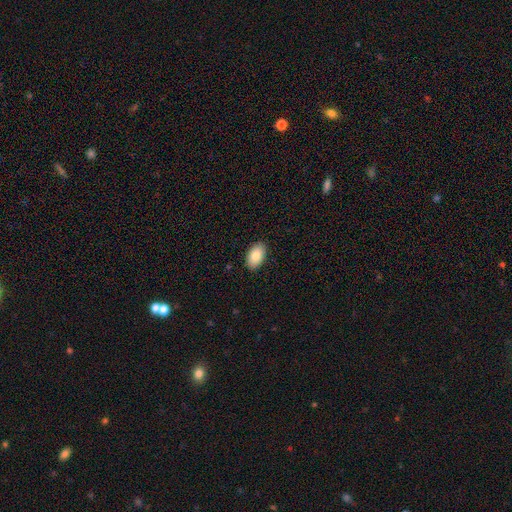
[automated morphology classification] Q: Smooth or featured?
A: smooth (86%); runner-up: featured or disk (7%)
Q: How rounded?
A: in between (94%); runner-up: round (5%)
Q: Merging?
A: none (89%); runner-up: minor disturbance (8%)